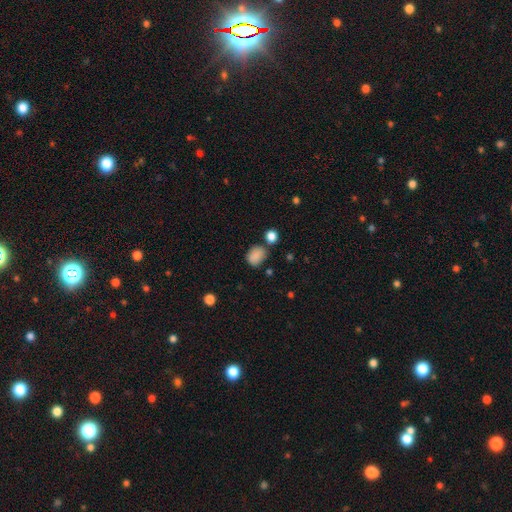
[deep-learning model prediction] smooth_or_featured: smooth (p=0.86) [alt: star or artifact p=0.10]
how_rounded: in between (p=0.58) [alt: round p=0.41]
merging: none (p=0.68) [alt: minor disturbance p=0.18]